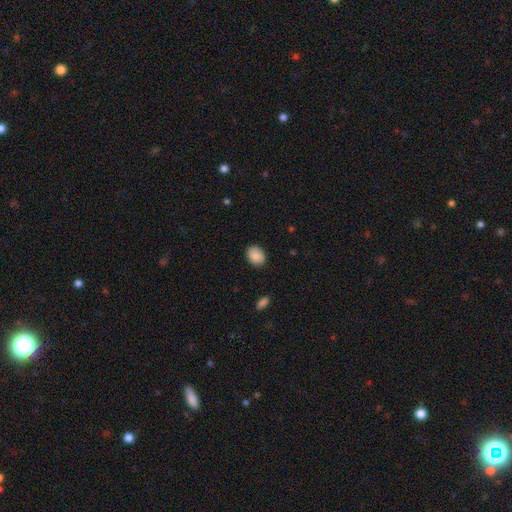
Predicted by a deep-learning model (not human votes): Smooth or featured: smooth — 88% (star or artifact — 7%)
How rounded: in between — 64% (round — 35%)
Merging: none — 86% (minor disturbance — 11%)